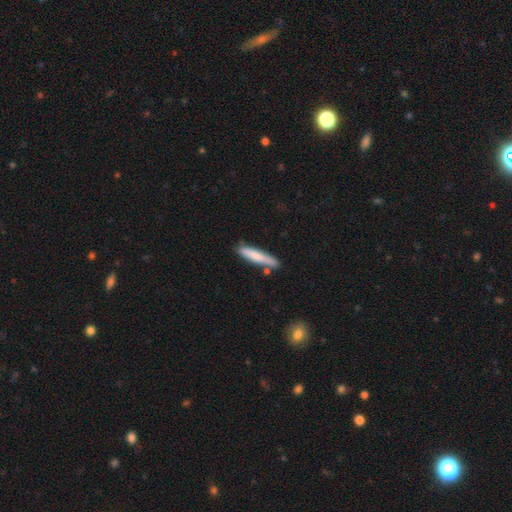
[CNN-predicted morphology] This appears to be a smooth galaxy with no disk features (73%) that is cigar-shaped (89%). Merging: none (72%).